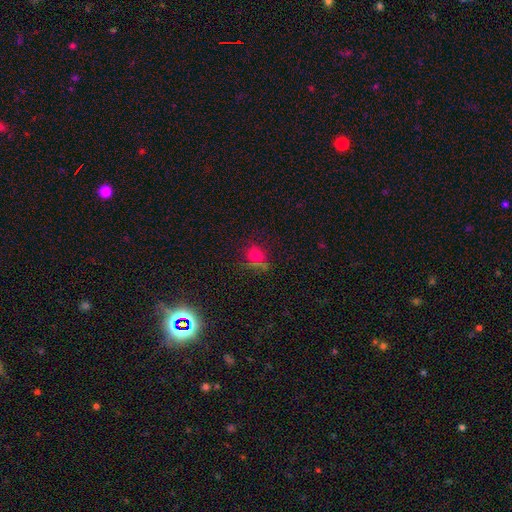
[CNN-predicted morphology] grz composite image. It shows a smooth galaxy with no disk features (64%) that is round (70%). Merging: none (70%).